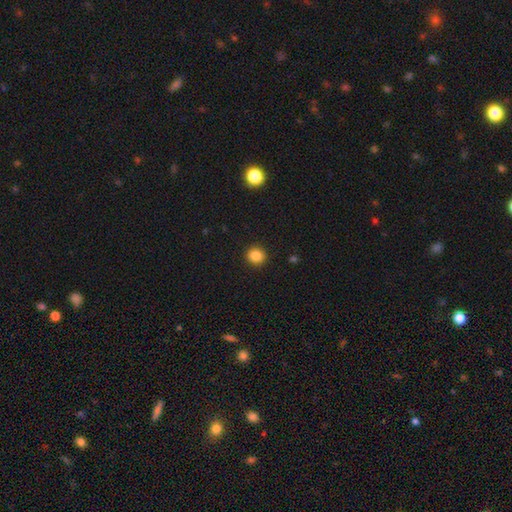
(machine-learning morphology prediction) This appears to be a smooth galaxy with no disk features (86%) that is round (85%). Merging: none (92%).